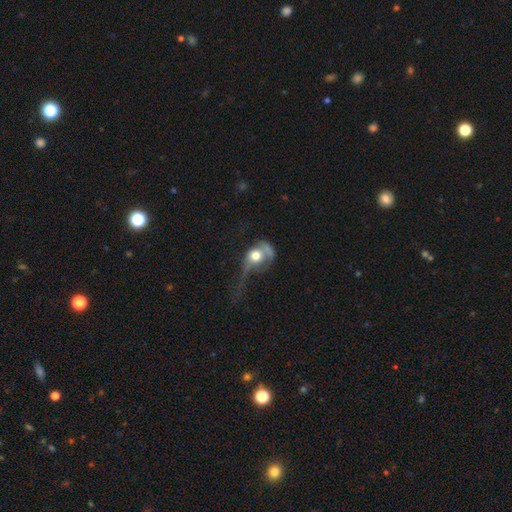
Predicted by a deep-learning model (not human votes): smooth_or_featured: smooth (p=0.56) [alt: featured or disk p=0.36]
how_rounded: round (p=0.54) [alt: in between p=0.43]
merging: major disturbance (p=0.58) [alt: minor disturbance p=0.16]